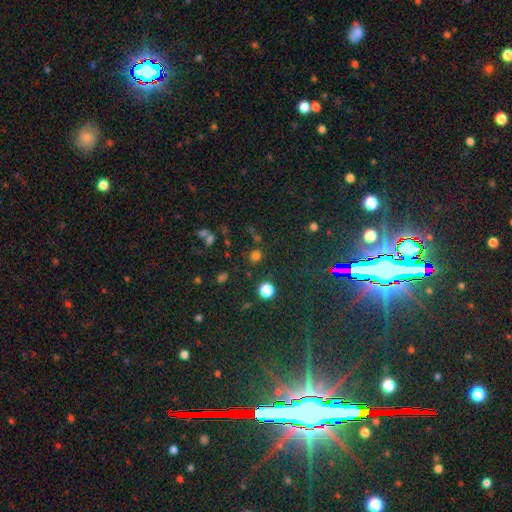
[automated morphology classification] Smooth or featured? smooth (71%)
How rounded? round (86%)
Merging? none (79%)